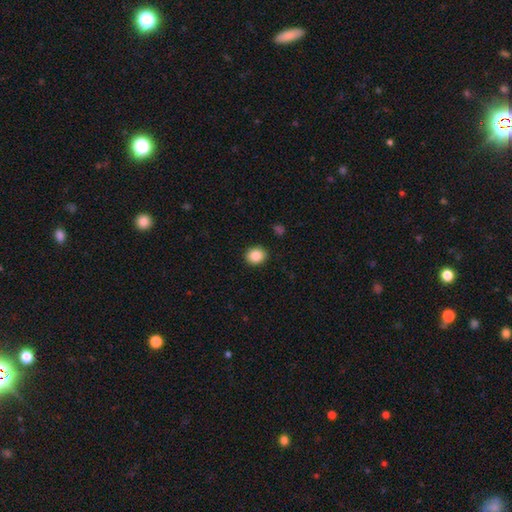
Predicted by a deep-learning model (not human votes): Q: Smooth or featured?
A: smooth (85%); runner-up: star or artifact (9%)
Q: How rounded?
A: round (74%); runner-up: in between (25%)
Q: Merging?
A: none (91%); runner-up: minor disturbance (6%)